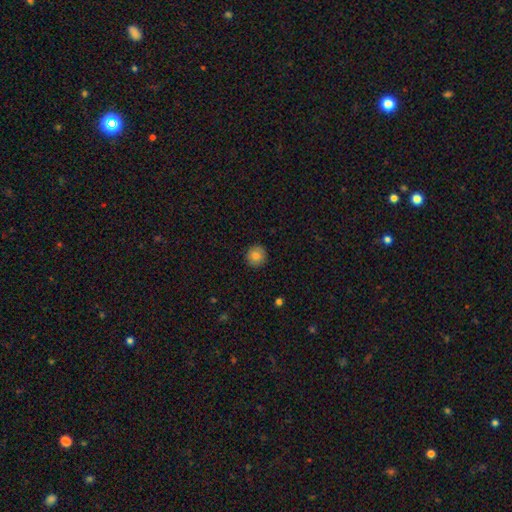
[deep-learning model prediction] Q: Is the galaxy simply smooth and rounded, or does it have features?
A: smooth — 82%.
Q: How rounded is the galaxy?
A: round — 94%.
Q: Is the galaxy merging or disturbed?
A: none — 91%.